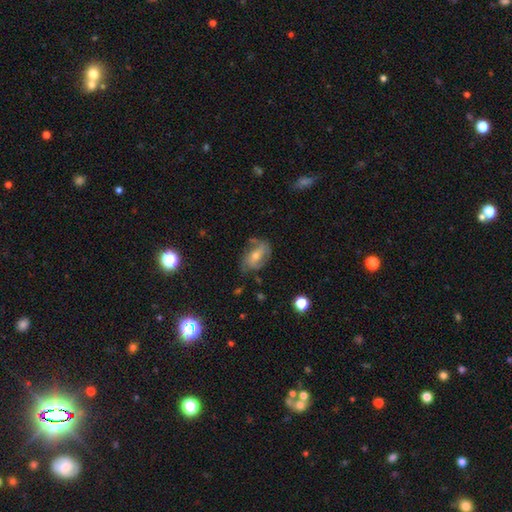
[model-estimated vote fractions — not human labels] featured or disk 63%, smooth 26%, star or artifact 11%. Down the decision tree: edge-on disk — no (94%); bar — no (49%); spiral arms — yes (82%); bulge size — moderate (54%); merging — none (62%).